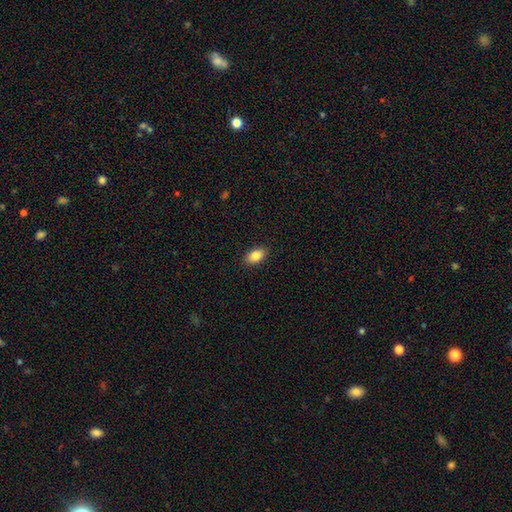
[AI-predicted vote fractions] This is clearly a smooth galaxy (84%). How rounded: clearly in between (90%). Merging: clearly none (90%).